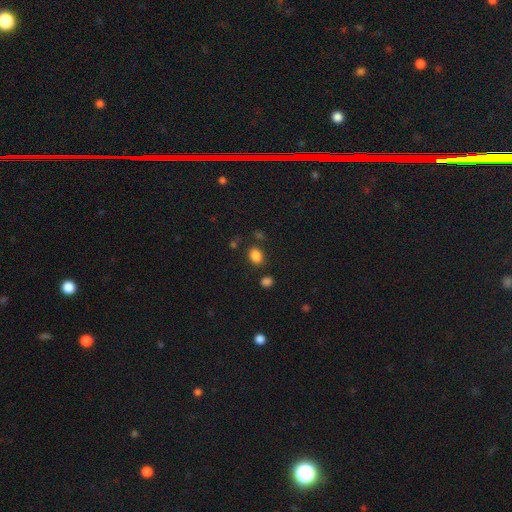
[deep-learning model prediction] Smooth or featured? smooth (85%)
How rounded? in between (69%)
Merging? none (79%)